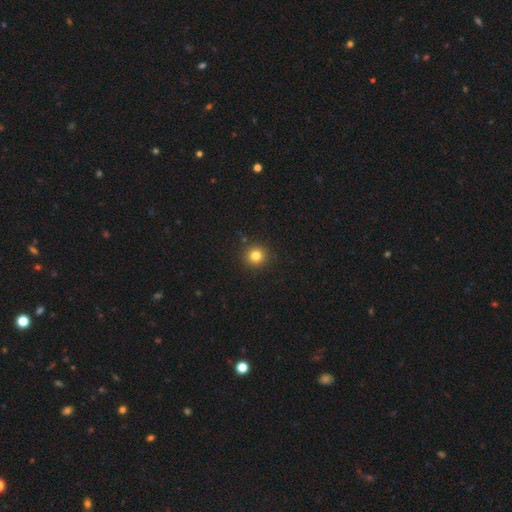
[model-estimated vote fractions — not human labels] A smooth galaxy with no disk features (81%) that is round (94%). Merging: none (91%).